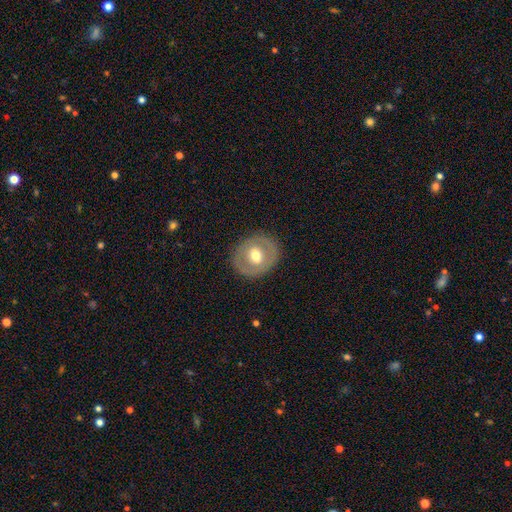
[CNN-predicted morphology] A smooth galaxy with no disk features (48%). Merging: none (86%).